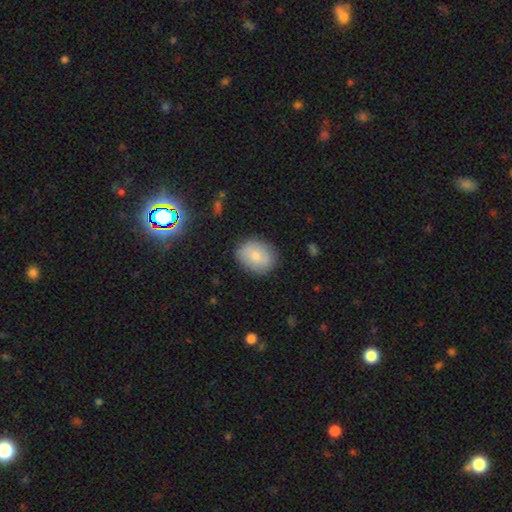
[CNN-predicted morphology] type=smooth (76%); roundness=round (50%); merging=none (84%).